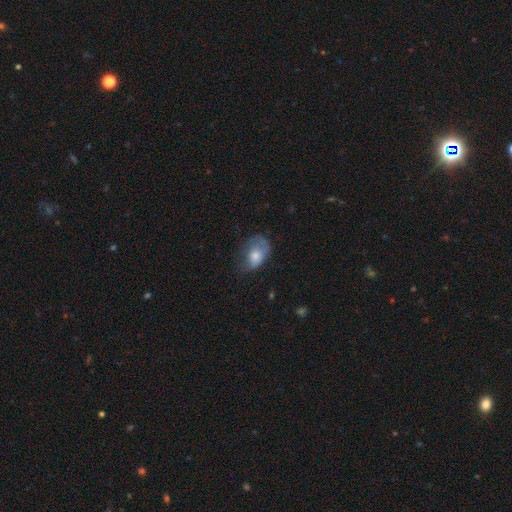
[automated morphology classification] smooth_or_featured: smooth (p=0.64) [alt: featured or disk p=0.28]
how_rounded: in between (p=0.83) [alt: round p=0.15]
merging: minor disturbance (p=0.34) [tied with: major disturbance p=0.34]